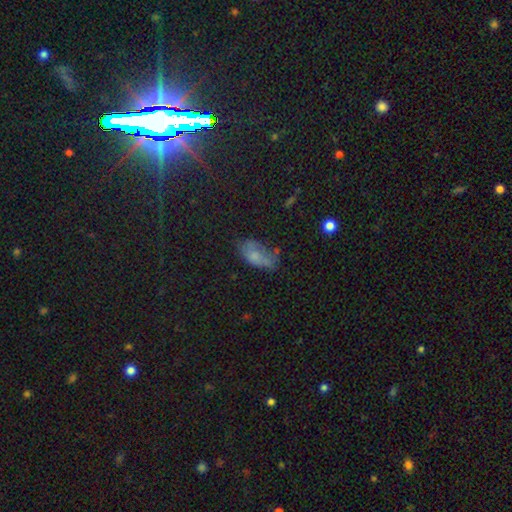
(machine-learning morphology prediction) Smooth or featured? Predicted: smooth (p=0.64). How rounded? Predicted: in between (p=0.89). Merging? Predicted: none (p=0.41).